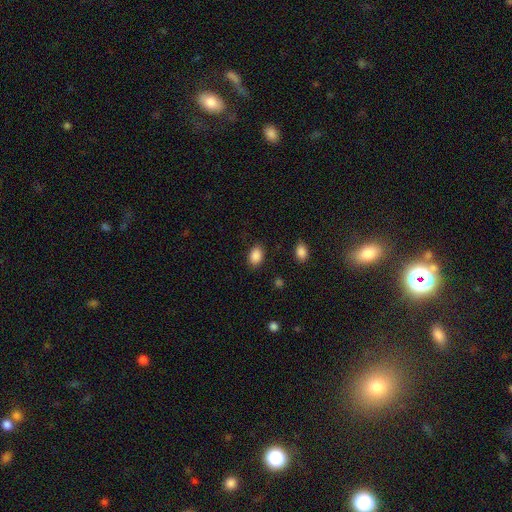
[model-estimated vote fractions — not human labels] smooth 88%, star or artifact 8%, featured or disk 4%. Down the decision tree: how rounded — in between (81%); merging — none (85%).